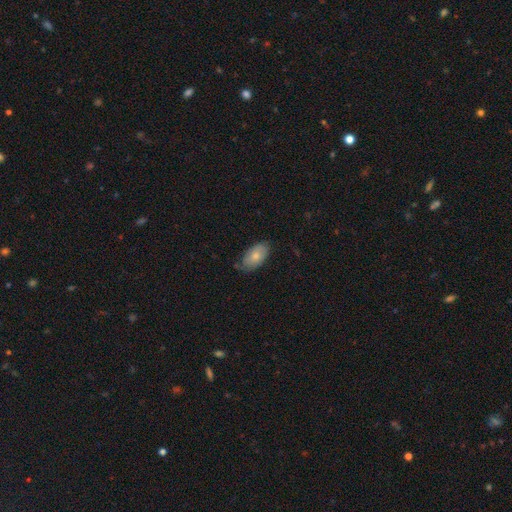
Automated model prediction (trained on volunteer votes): A smooth galaxy with no disk features (72%) that is in between round and cigar-shaped (94%).

Vote fractions:
- Smooth or featured? smooth: 72% / featured or disk: 22% / star or artifact: 6%
- How rounded? in between: 94% / round: 4% / cigar-shaped: 2%
- Merging? none: 67% / minor disturbance: 27% / major disturbance: 4% / merger: 2%